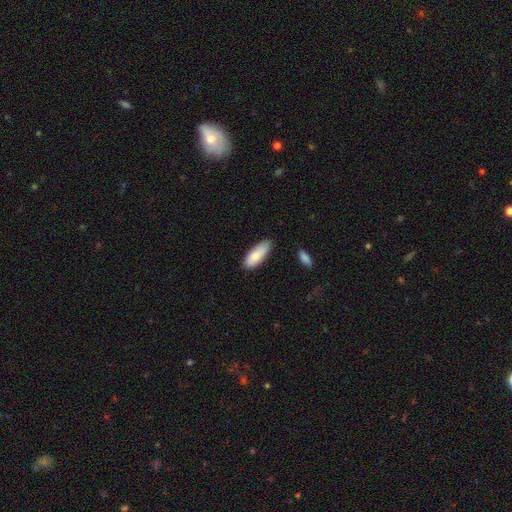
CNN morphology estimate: Smooth or featured: smooth — 85% (featured or disk — 9%)
How rounded: in between — 74% (cigar-shaped — 25%)
Merging: none — 79% (minor disturbance — 17%)